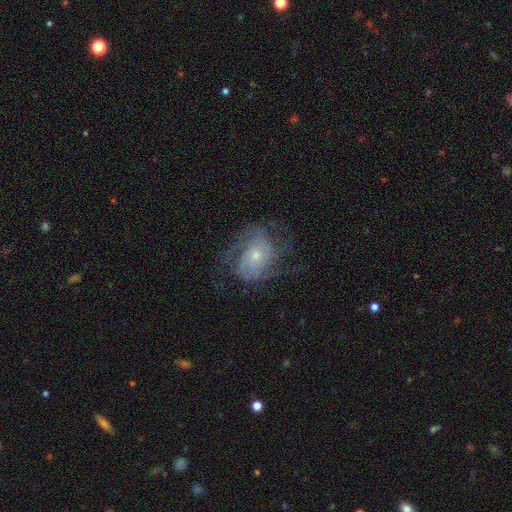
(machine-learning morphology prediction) Smooth or featured? Predicted: featured or disk (p=0.77). Edge-on disk? Predicted: no (p=0.97). Bar? Predicted: no (p=0.74). Spiral arms? Predicted: yes (p=0.90). Spiral winding? Predicted: medium (p=0.45). Spiral arm count? Predicted: 2 (p=0.38). Bulge size? Predicted: small (p=0.64). Merging? Predicted: none (p=0.57).